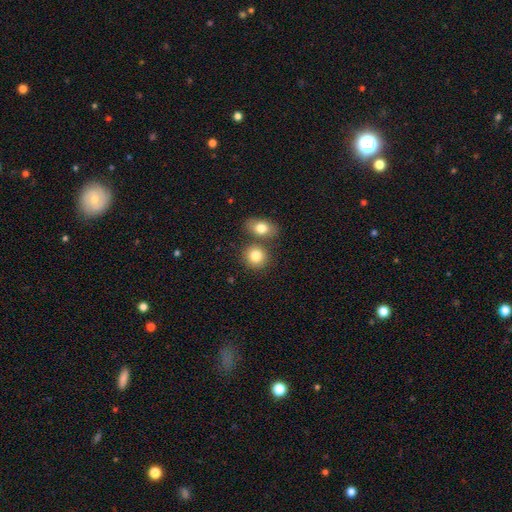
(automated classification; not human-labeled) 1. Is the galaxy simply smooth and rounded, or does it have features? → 81% smooth, 10% featured or disk, 9% star or artifact.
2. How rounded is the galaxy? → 77% round, 21% in between, 1% cigar-shaped.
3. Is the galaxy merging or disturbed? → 65% none, 24% merger, 8% minor disturbance, 3% major disturbance.